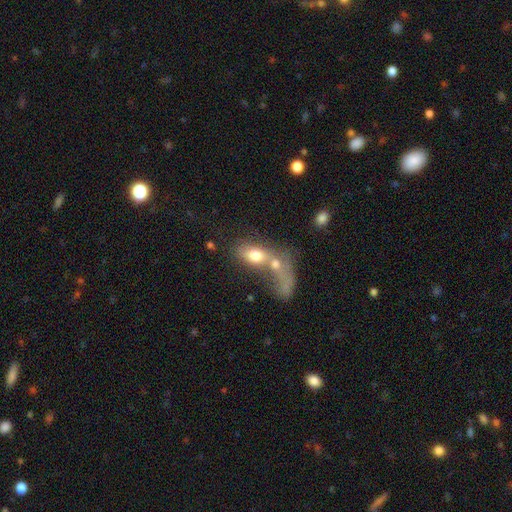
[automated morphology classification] Smooth or featured? Predicted: smooth (p=0.67). How rounded? Predicted: in between (p=0.80). Merging? Predicted: merger (p=0.68).